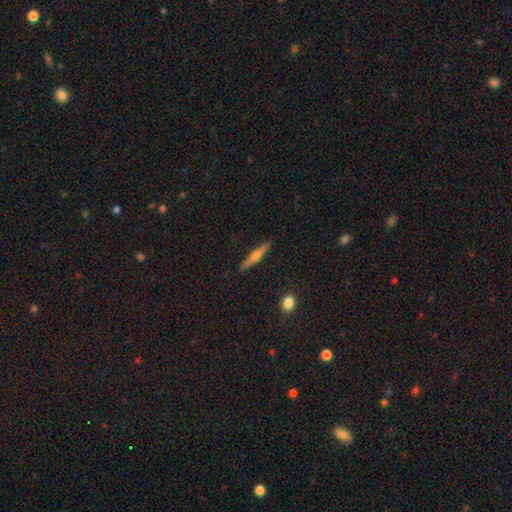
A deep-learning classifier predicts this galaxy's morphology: Q: Smooth or featured?
A: featured or disk (61%); runner-up: smooth (33%)
Q: Edge-on disk?
A: yes (97%); runner-up: no (3%)
Q: Edge-on bulge?
A: rounded (89%); runner-up: none (6%)
Q: Merging?
A: none (90%); runner-up: minor disturbance (7%)